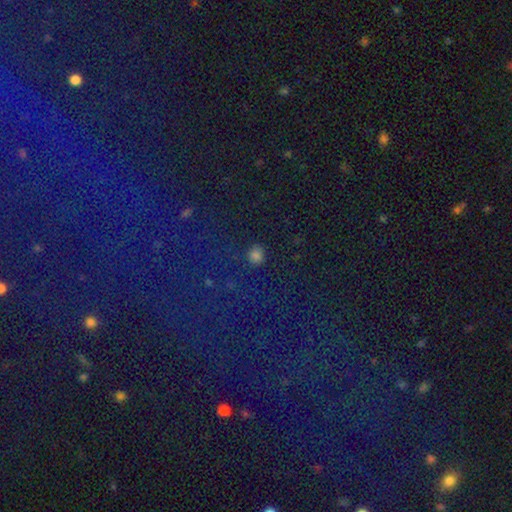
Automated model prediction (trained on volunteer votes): A smooth galaxy with no disk features (72%) that is round (79%).

Vote fractions:
- Smooth or featured? smooth: 72% / star or artifact: 23% / featured or disk: 5%
- How rounded? round: 79% / in between: 20% / cigar-shaped: 1%
- Merging? none: 87% / minor disturbance: 8% / major disturbance: 3% / merger: 2%